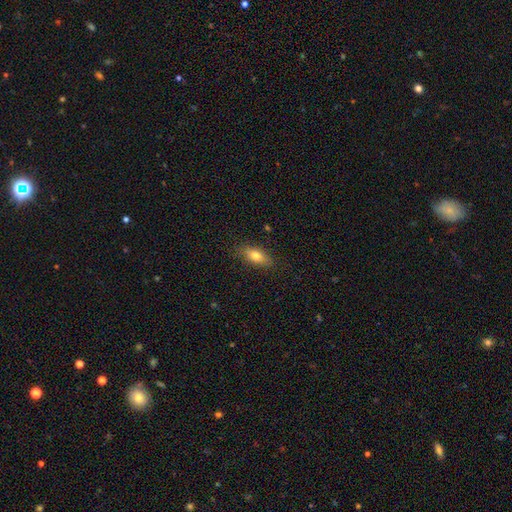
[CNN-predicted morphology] type=smooth (76%); roundness=in between (80%); merging=none (84%).